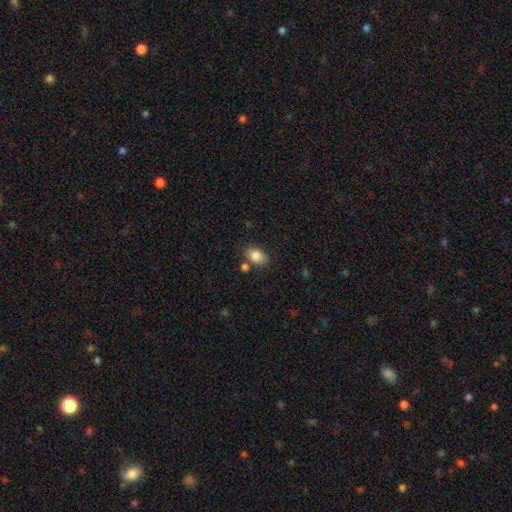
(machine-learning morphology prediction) The model was most divided on "merging": none: 71%, minor disturbance: 14%, merger: 11%, major disturbance: 4%. More confident: smooth or featured — smooth (84%); how rounded — in between (80%).